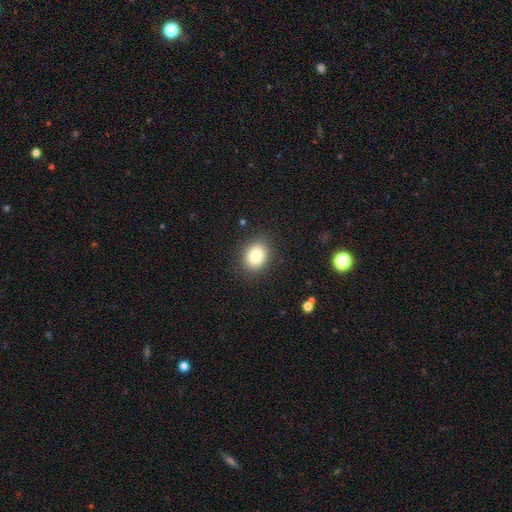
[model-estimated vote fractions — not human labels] Morphology: type=smooth (81%); roundness=in between (52%); merging=none (88%).